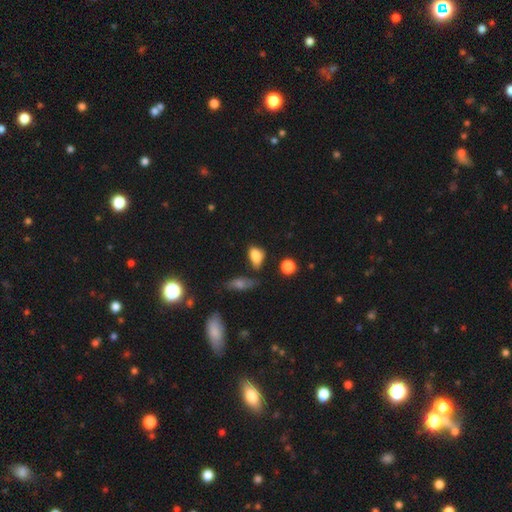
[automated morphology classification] Smooth or featured? smooth (81%)
How rounded? in between (84%)
Merging? none (50%)